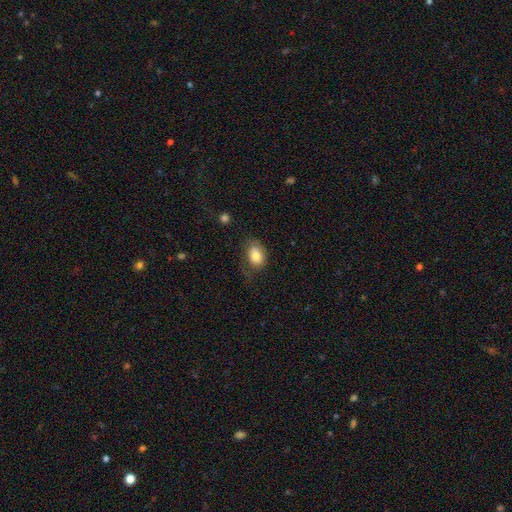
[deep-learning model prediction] Overall: smooth (79%). How rounded: in between (77%). Merging: none (57%; minor disturbance 26%).